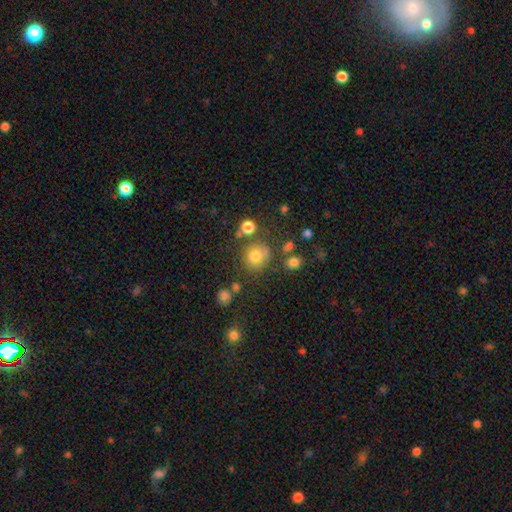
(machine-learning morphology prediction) smooth_or_featured: smooth (p=0.77) [alt: star or artifact p=0.14]
how_rounded: round (p=0.85) [alt: in between p=0.14]
merging: none (p=0.70) [alt: minor disturbance p=0.14]